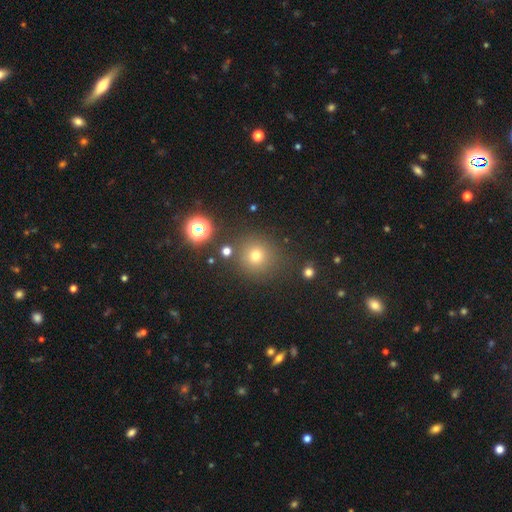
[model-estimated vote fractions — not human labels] Overall: smooth (69%). How rounded: round (93%). Merging: none (84%).